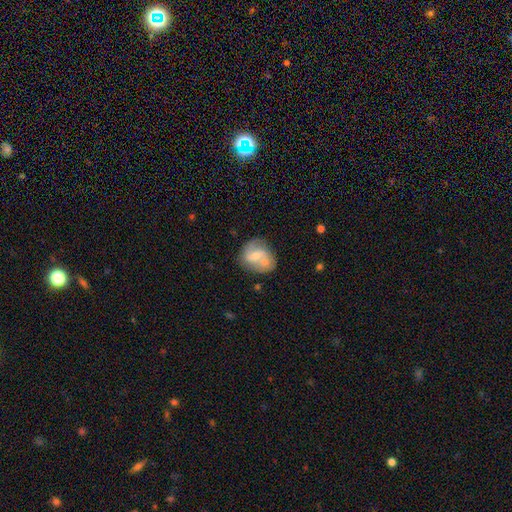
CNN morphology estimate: Smooth or featured: featured or disk — 53% (smooth — 40%)
Edge-on disk: no — 97% (yes — 3%)
Bar: no — 63% (weak — 30%)
Spiral arms: yes — 58% (no — 42%)
Bulge size: moderate — 54% (small — 38%)
Merging: merger — 43% (none — 34%)